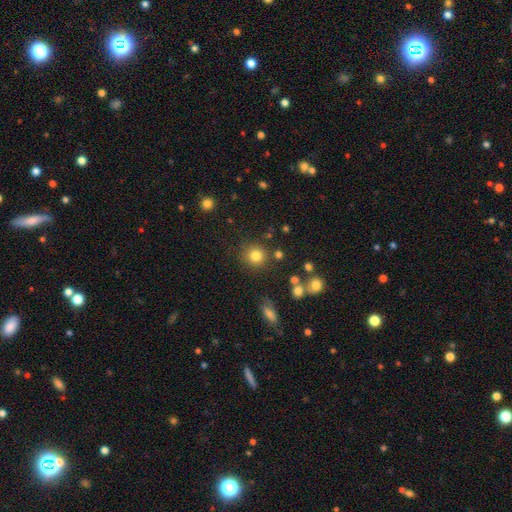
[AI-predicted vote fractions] Q: Smooth or featured?
A: smooth (81%); runner-up: star or artifact (13%)
Q: How rounded?
A: round (92%); runner-up: in between (7%)
Q: Merging?
A: none (84%); runner-up: minor disturbance (8%)